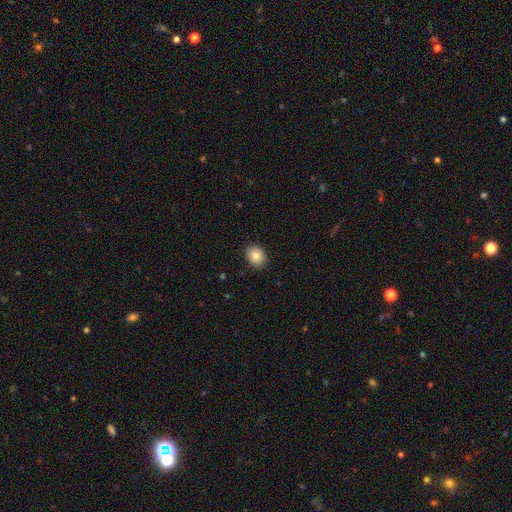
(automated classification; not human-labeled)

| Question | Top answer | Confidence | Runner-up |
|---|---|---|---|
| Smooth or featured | smooth | 84% | star or artifact (9%) |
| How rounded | round | 55% | in between (45%) |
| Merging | none | 90% | minor disturbance (8%) |